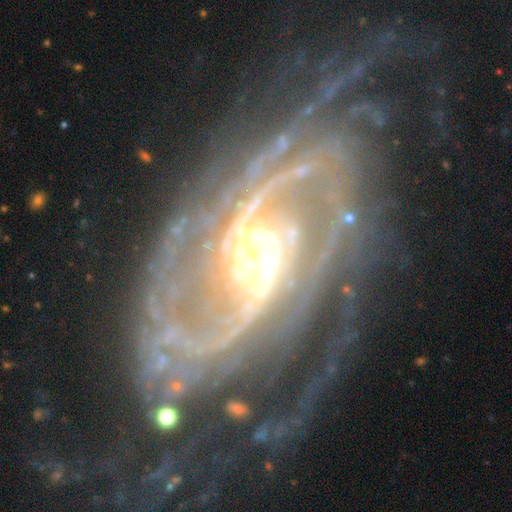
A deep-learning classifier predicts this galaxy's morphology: A featured or disk galaxy (91%) with a strong bar (37%), 2 (40%) medium (43%) spiral arms (97%) and a moderate central bulge (54%). Merging: none (57%).